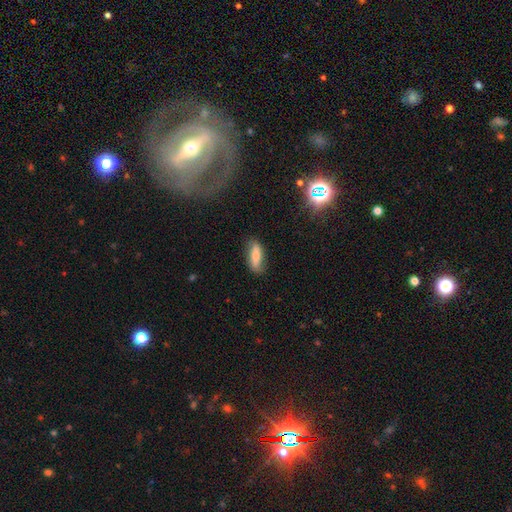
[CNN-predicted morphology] The model was most divided on "how rounded": in between: 60%, cigar-shaped: 37%, round: 3%. More confident: merging — none (77%); smooth or featured — smooth (66%).